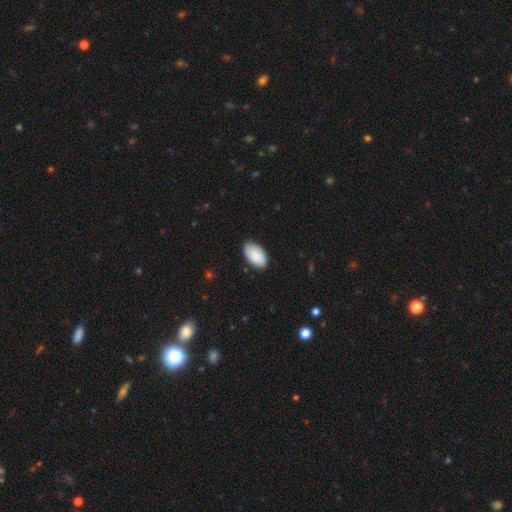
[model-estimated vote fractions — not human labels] smooth_or_featured: smooth (p=0.87) [alt: featured or disk p=0.07]
how_rounded: in between (p=0.95) [alt: round p=0.03]
merging: none (p=0.84) [alt: minor disturbance p=0.13]